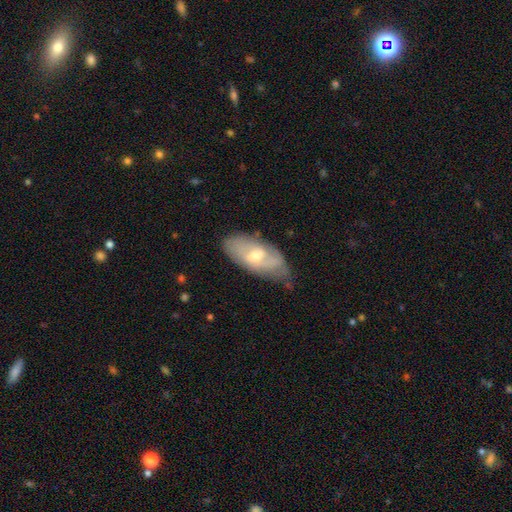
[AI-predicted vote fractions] Smooth or featured: featured or disk — 52% (smooth — 41%)
Edge-on disk: no — 86% (yes — 14%)
Merging: none — 58% (minor disturbance — 32%)